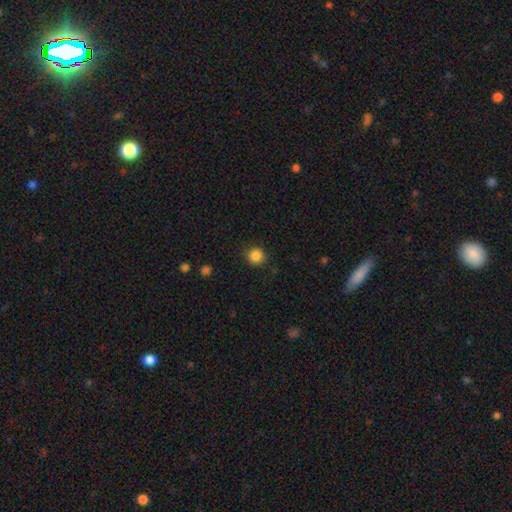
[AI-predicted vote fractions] The model was most divided on "smooth or featured": smooth: 86%, star or artifact: 11%, featured or disk: 3%. More confident: how rounded — round (92%); merging — none (89%).